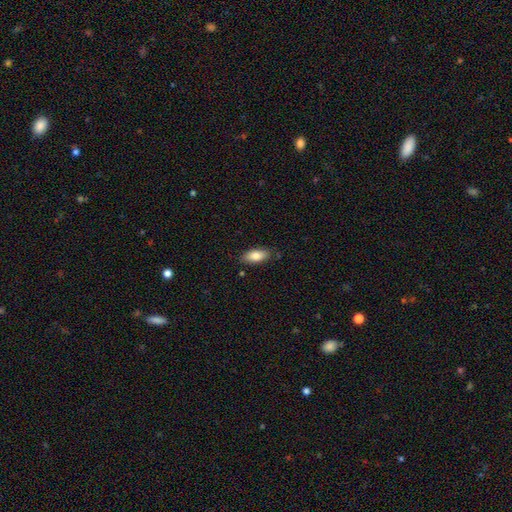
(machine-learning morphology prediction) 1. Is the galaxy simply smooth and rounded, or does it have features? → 82% smooth, 11% featured or disk, 7% star or artifact.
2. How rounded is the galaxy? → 87% in between, 11% cigar-shaped, 2% round.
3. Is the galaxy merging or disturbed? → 83% none, 13% minor disturbance, 2% major disturbance, 2% merger.